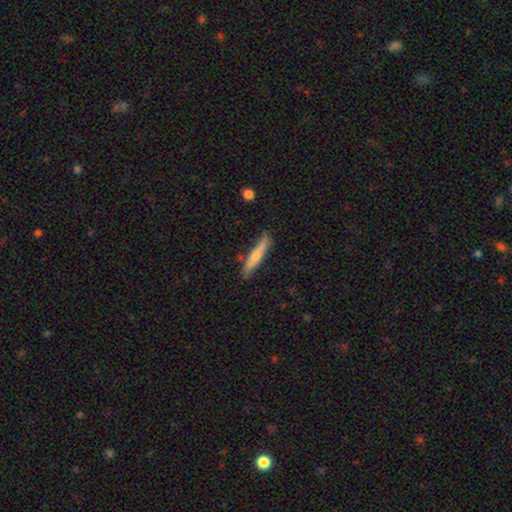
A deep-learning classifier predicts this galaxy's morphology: A smooth galaxy with no disk features (60%) that is cigar-shaped (92%). Merging: none (82%).